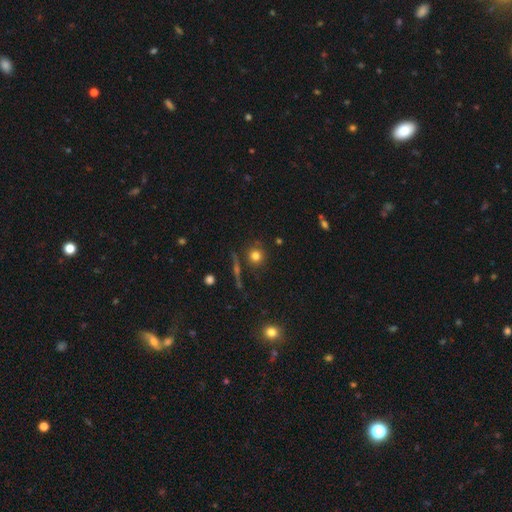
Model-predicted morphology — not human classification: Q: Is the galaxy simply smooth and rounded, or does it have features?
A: smooth — 75%.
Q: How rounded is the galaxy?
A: round — 90%.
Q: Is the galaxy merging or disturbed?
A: none — 79%.